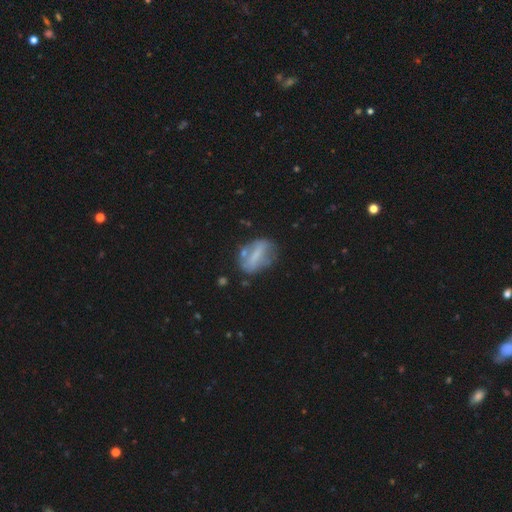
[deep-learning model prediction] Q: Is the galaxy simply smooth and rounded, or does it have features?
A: featured or disk — 46%.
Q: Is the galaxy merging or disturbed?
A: none — 55%.